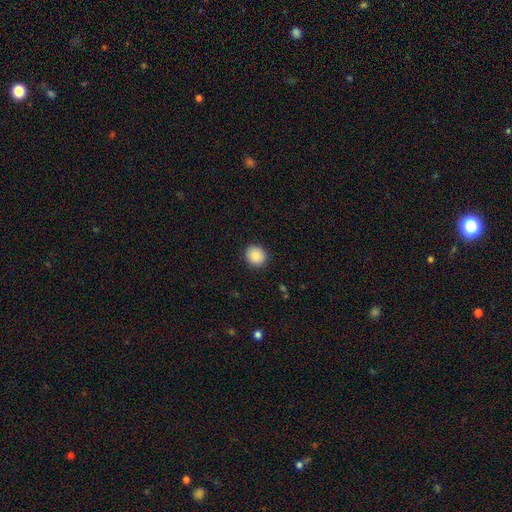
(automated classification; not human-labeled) A smooth galaxy with no disk features (88%) that is round (84%).

Vote fractions:
- Smooth or featured? smooth: 88% / star or artifact: 8% / featured or disk: 4%
- How rounded? round: 84% / in between: 15% / cigar-shaped: 1%
- Merging? none: 91% / minor disturbance: 6% / major disturbance: 2% / merger: 1%